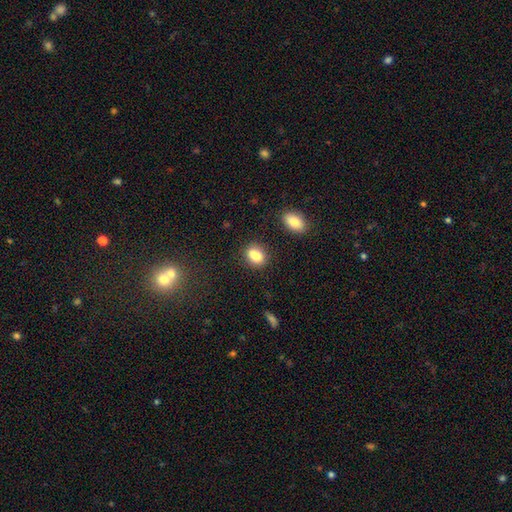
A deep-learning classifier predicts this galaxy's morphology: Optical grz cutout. It shows a smooth galaxy with no disk features (82%) that is in between round and cigar-shaped (64%). Merging: none (65%).